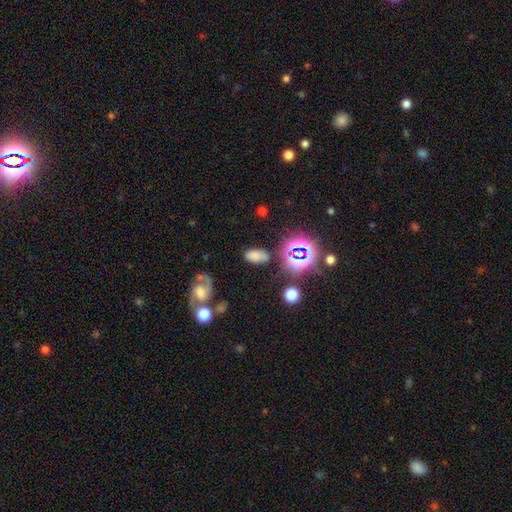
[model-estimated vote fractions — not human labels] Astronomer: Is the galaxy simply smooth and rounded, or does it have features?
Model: smooth — 66%.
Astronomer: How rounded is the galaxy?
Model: in between — 91%.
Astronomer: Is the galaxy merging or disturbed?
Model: none — 72%.